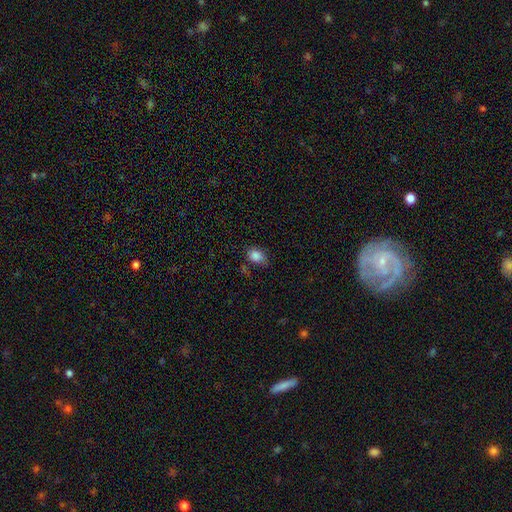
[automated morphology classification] Q: Smooth or featured?
A: smooth (85%); runner-up: star or artifact (10%)
Q: How rounded?
A: in between (72%); runner-up: round (27%)
Q: Merging?
A: none (60%); runner-up: minor disturbance (28%)